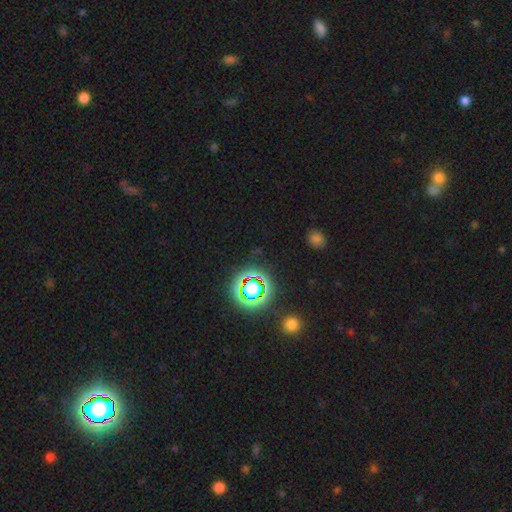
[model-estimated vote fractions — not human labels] Overall: star or artifact (74%).